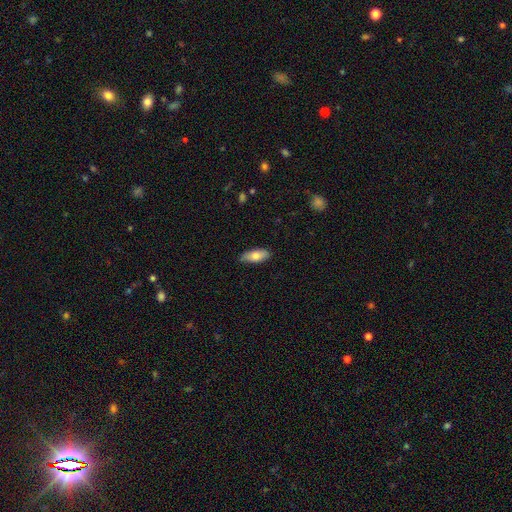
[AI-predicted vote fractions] smooth 75%, featured or disk 19%, star or artifact 6%. Down the decision tree: how rounded — in between (78%); merging — none (83%).